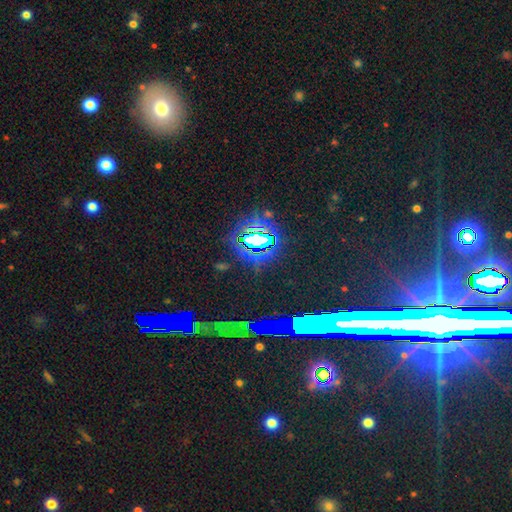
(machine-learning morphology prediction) smooth_or_featured: star or artifact (p=0.64) [alt: featured or disk p=0.24]